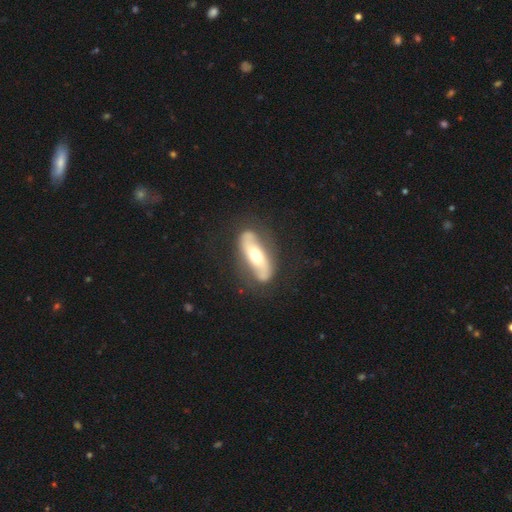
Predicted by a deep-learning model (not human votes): Smooth or featured? featured or disk (67%)
Edge-on disk? no (83%)
Bar? no (45%)
Spiral arms? yes (73%)
Bulge size? moderate (66%)
Merging? none (75%)